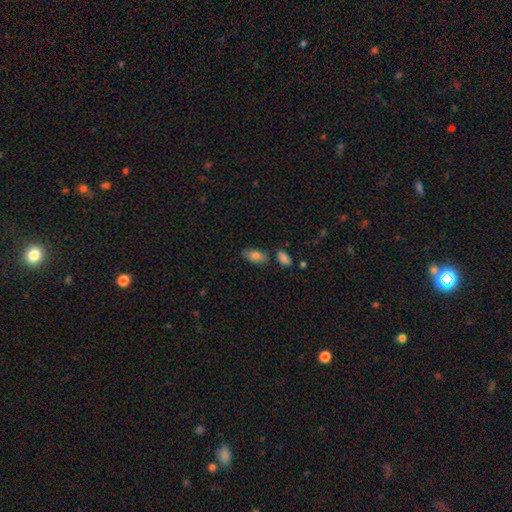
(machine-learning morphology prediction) Smooth or featured?
  - smooth: 82% *
  - featured or disk: 10%
  - star or artifact: 8%
How rounded?
  - in between: 91% *
  - round: 4%
  - cigar-shaped: 4%
Merging?
  - none: 73% *
  - minor disturbance: 16%
  - merger: 8%
  - major disturbance: 4%